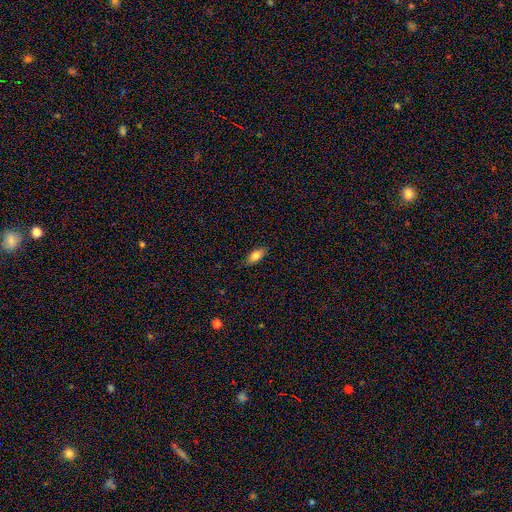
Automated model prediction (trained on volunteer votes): smooth 79%, featured or disk 14%, star or artifact 8%. Down the decision tree: how rounded — in between (83%); merging — none (82%).